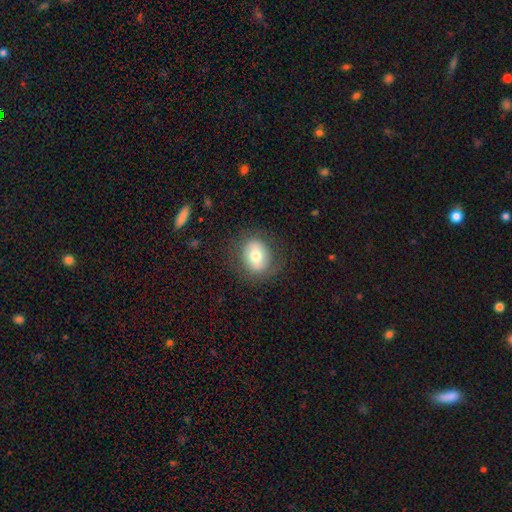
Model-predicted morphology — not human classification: smooth 63%, featured or disk 29%, star or artifact 8%. Down the decision tree: how rounded — round (64%); merging — none (80%).